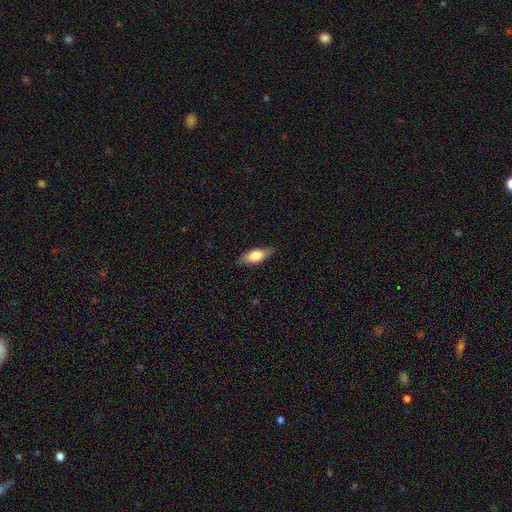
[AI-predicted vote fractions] Smooth or featured?
  - smooth: 72% *
  - featured or disk: 23%
  - star or artifact: 6%
How rounded?
  - in between: 70% *
  - cigar-shaped: 27%
  - round: 3%
Merging?
  - none: 83% *
  - minor disturbance: 13%
  - major disturbance: 2%
  - merger: 1%